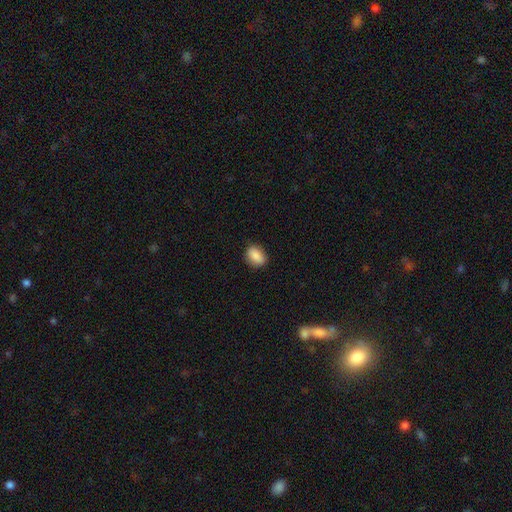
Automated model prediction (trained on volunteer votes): smooth-or-featured: smooth: 87% | star or artifact: 7% | featured or disk: 6%
  how-rounded: in between: 75% | round: 23% | cigar-shaped: 2%
  merging: none: 84% | minor disturbance: 12% | major disturbance: 3% | merger: 1%